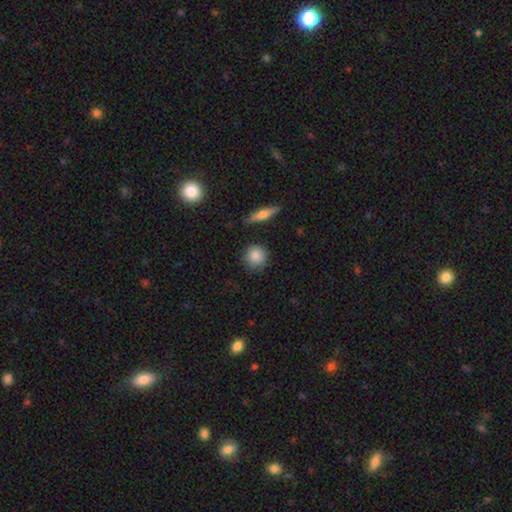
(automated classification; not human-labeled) Smooth or featured: smooth — 85% (star or artifact — 7%)
How rounded: round — 90% (in between — 8%)
Merging: none — 86% (minor disturbance — 9%)